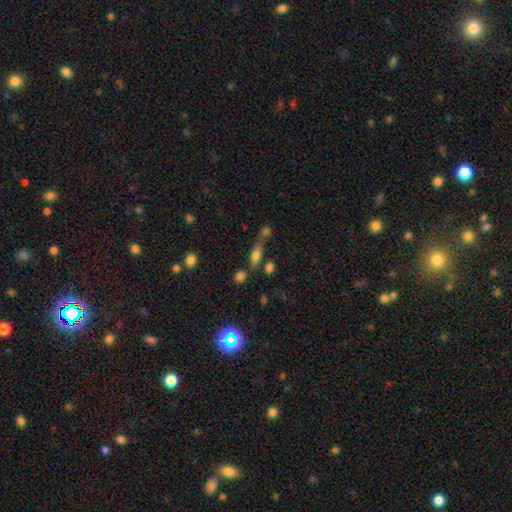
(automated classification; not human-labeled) A smooth galaxy with no disk features (66%) that is in between round and cigar-shaped (61%). Merging: none (52%).